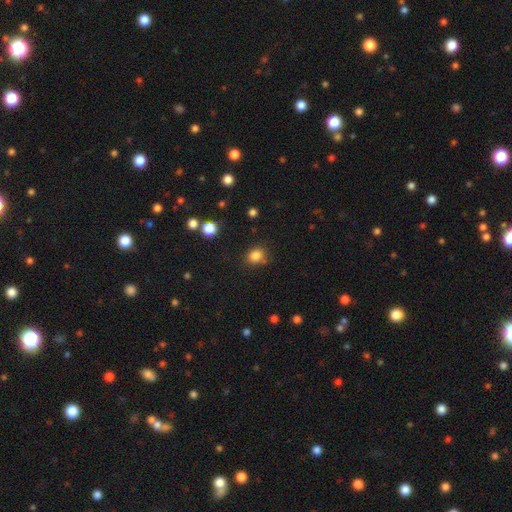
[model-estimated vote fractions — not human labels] Smooth or featured: smooth — 83% (star or artifact — 12%)
How rounded: round — 65% (in between — 34%)
Merging: none — 74% (minor disturbance — 16%)